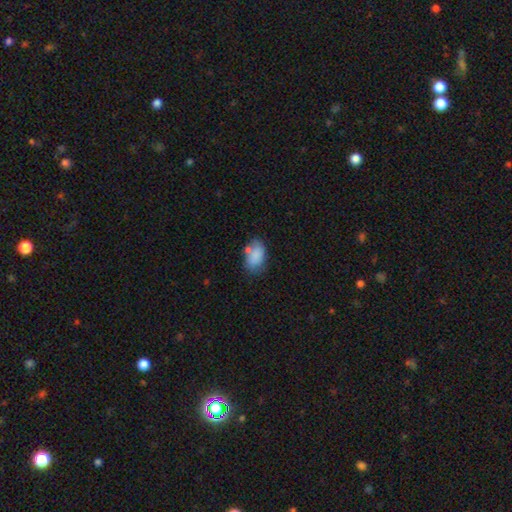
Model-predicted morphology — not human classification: smooth_or_featured: smooth (p=0.80) [alt: featured or disk p=0.12]
how_rounded: in between (p=0.88) [alt: round p=0.11]
merging: none (p=0.53) [alt: minor disturbance p=0.25]